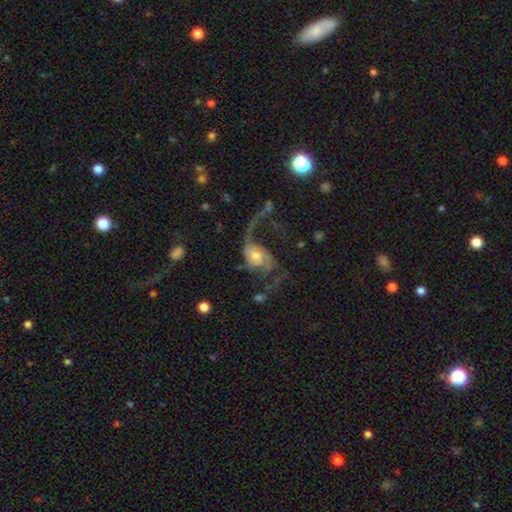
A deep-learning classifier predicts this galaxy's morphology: Q: Smooth or featured?
A: featured or disk (84%); runner-up: smooth (10%)
Q: Edge-on disk?
A: no (97%); runner-up: yes (3%)
Q: Bar?
A: no (66%); runner-up: weak (27%)
Q: Spiral arms?
A: yes (93%); runner-up: no (7%)
Q: Spiral winding?
A: loose (72%); runner-up: medium (23%)
Q: Spiral arm count?
A: 2 (66%); runner-up: 1 (16%)
Q: Bulge size?
A: moderate (57%); runner-up: small (32%)
Q: Merging?
A: major disturbance (43%); runner-up: none (35%)